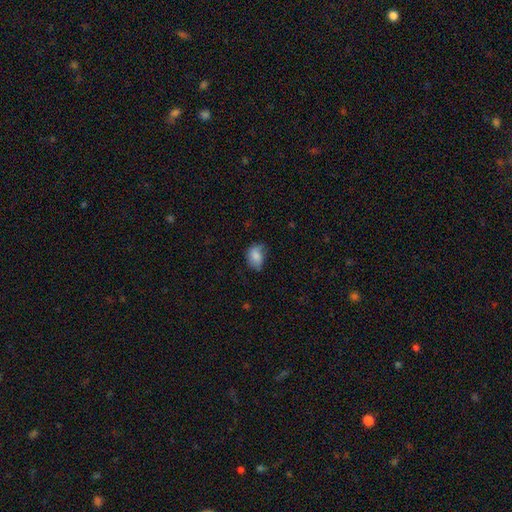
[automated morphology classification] smooth 77%, featured or disk 14%, star or artifact 8%. Down the decision tree: how rounded — in between (70%); merging — none (46%).